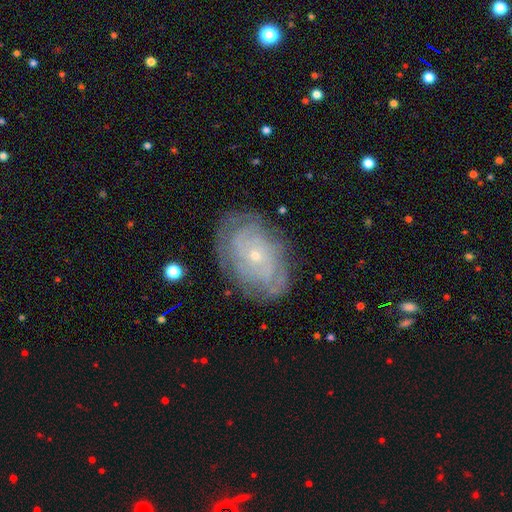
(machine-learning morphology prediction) This appears to be a featured or disk galaxy (75%) with no bar (85%), tight (75%) spiral arms (79%) and a small central bulge (81%). Merging: none (76%).